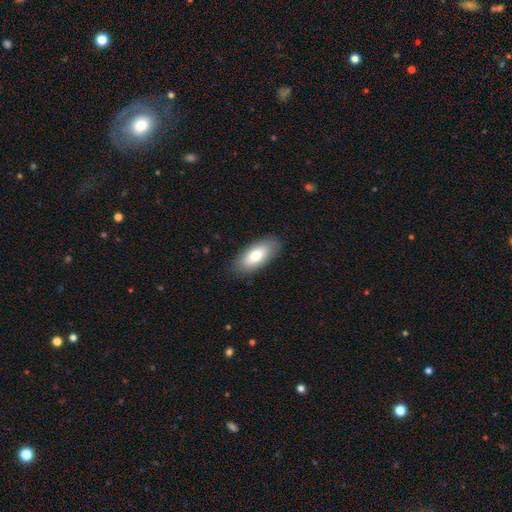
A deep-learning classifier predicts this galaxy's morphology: Overall: smooth (76%). How rounded: in between (87%). Merging: none (86%).